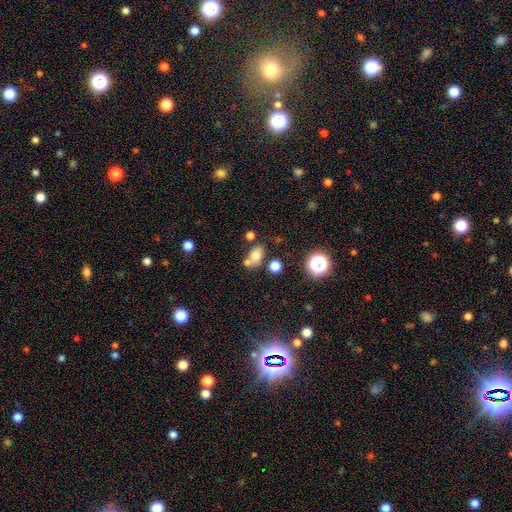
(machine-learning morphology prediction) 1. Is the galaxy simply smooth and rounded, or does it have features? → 71% smooth, 15% star or artifact, 14% featured or disk.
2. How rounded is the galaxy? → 69% in between, 30% round, 2% cigar-shaped.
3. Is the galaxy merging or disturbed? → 56% none, 25% merger, 14% minor disturbance, 5% major disturbance.